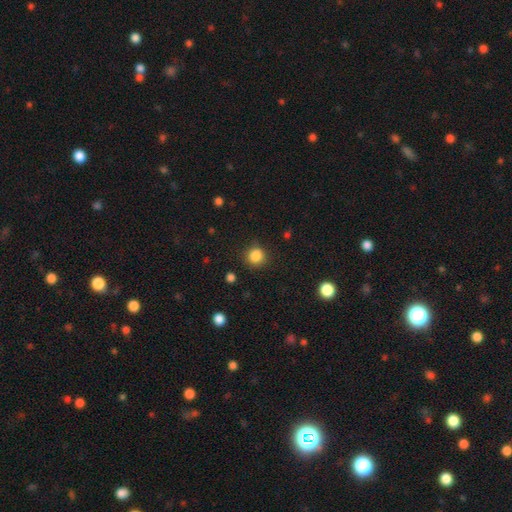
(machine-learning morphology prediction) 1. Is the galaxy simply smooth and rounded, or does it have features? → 85% smooth, 11% star or artifact, 3% featured or disk.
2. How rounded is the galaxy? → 90% round, 9% in between, 1% cigar-shaped.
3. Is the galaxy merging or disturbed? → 86% none, 10% minor disturbance, 3% major disturbance, 1% merger.